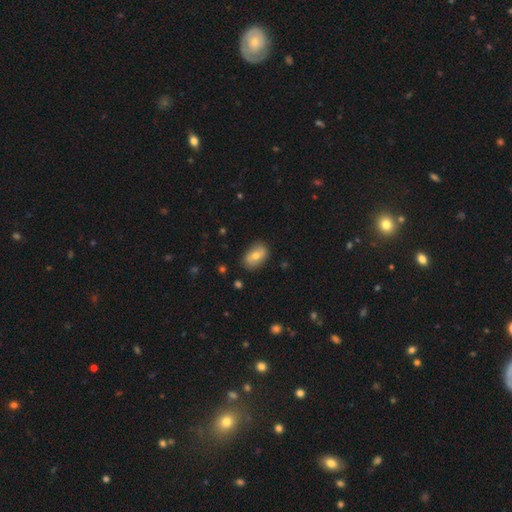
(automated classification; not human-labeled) Smooth or featured: smooth — 63% (featured or disk — 30%)
How rounded: in between — 87% (round — 11%)
Merging: none — 84% (minor disturbance — 12%)